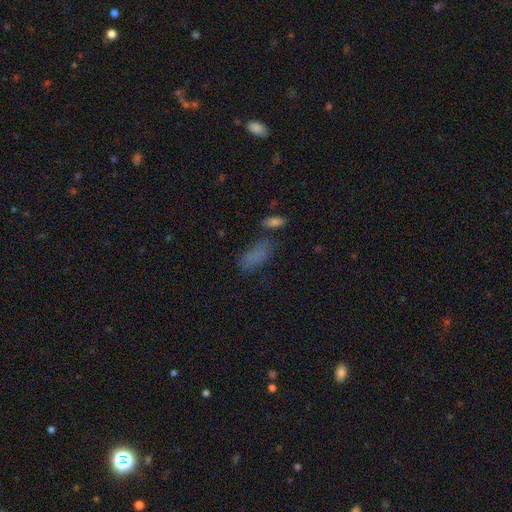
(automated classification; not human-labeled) Smooth or featured?
  - smooth: 74% *
  - star or artifact: 16%
  - featured or disk: 10%
How rounded?
  - in between: 86% *
  - cigar-shaped: 10%
  - round: 4%
Merging?
  - none: 56% *
  - minor disturbance: 19%
  - merger: 15%
  - major disturbance: 10%